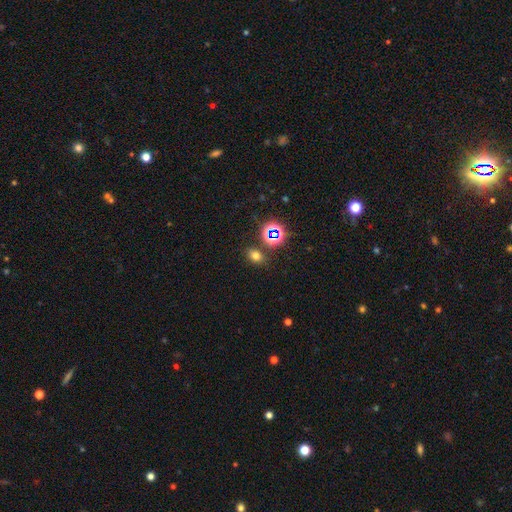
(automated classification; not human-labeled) A smooth galaxy with no disk features (64%) that is in between round and cigar-shaped (66%).

Vote fractions:
- Smooth or featured? smooth: 64% / star or artifact: 27% / featured or disk: 8%
- How rounded? in between: 66% / round: 32% / cigar-shaped: 2%
- Merging? none: 80% / minor disturbance: 10% / merger: 6% / major disturbance: 3%